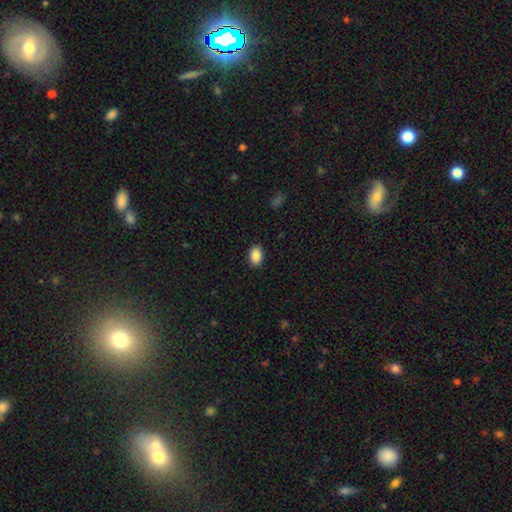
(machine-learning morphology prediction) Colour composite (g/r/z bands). It shows a smooth galaxy with no disk features (89%) that is in between round and cigar-shaped (86%). Merging: none (89%).